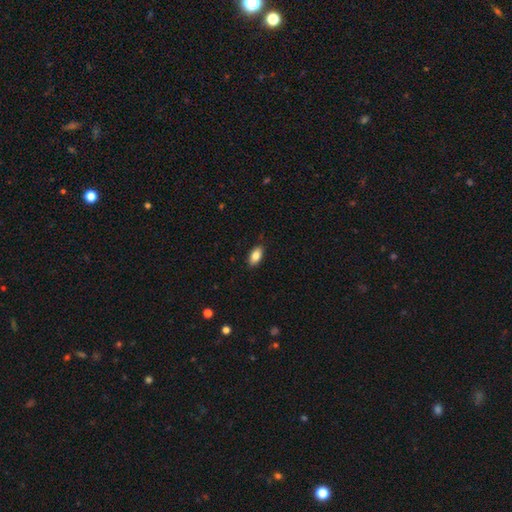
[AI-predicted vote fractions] A smooth galaxy with no disk features (85%) that is in between round and cigar-shaped (91%).

Vote fractions:
- Smooth or featured? smooth: 85% / featured or disk: 8% / star or artifact: 7%
- How rounded? in between: 91% / cigar-shaped: 5% / round: 4%
- Merging? none: 87% / minor disturbance: 10% / major disturbance: 2% / merger: 1%